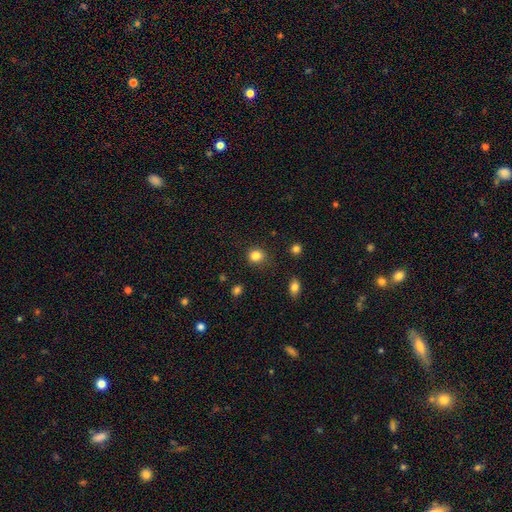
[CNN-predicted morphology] smooth 84%, star or artifact 11%, featured or disk 5%. Down the decision tree: how rounded — round (83%); merging — none (86%).